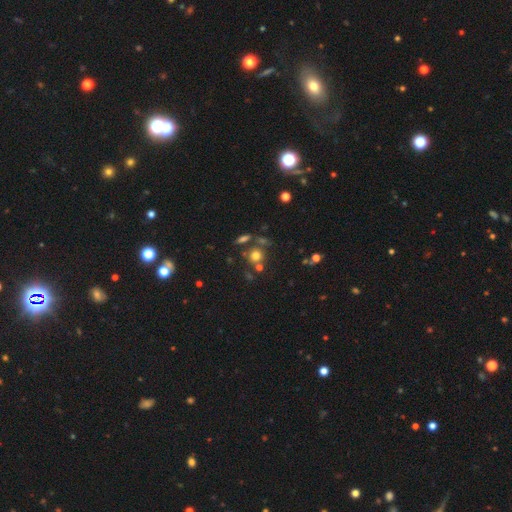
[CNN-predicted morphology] Overall: smooth (70%). How rounded: round (86%). Merging: none (65%).